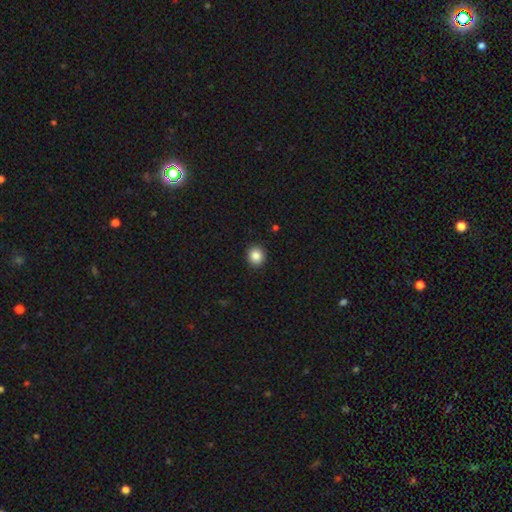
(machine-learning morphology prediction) Smooth or featured? Predicted: smooth (p=0.86). How rounded? Predicted: round (p=0.89). Merging? Predicted: none (p=0.92).